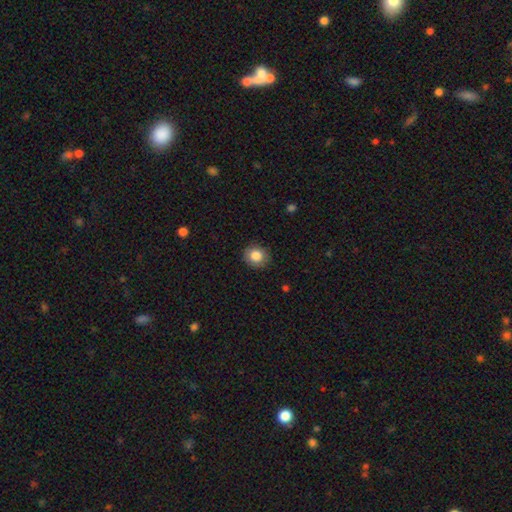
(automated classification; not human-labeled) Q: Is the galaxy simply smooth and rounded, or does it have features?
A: smooth — 84%.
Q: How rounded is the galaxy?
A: round — 79%.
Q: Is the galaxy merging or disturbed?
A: none — 88%.